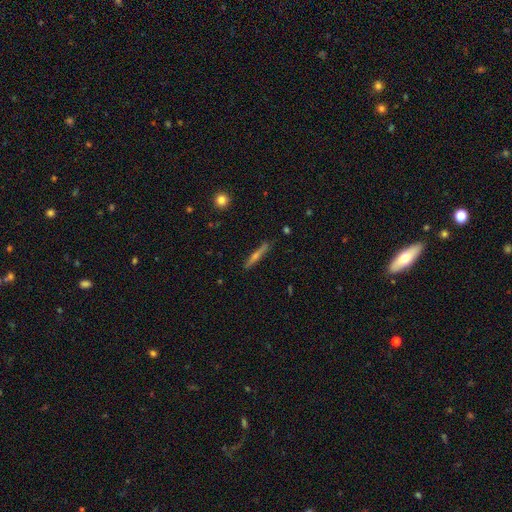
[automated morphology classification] smooth-or-featured: featured or disk: 61% | smooth: 31% | star or artifact: 8%
  disk-edge-on: yes: 96% | no: 4%
    edge-on-bulge: rounded: 75% | none: 19% | boxy: 5%
  merging: none: 88% | minor disturbance: 9% | major disturbance: 2% | merger: 1%